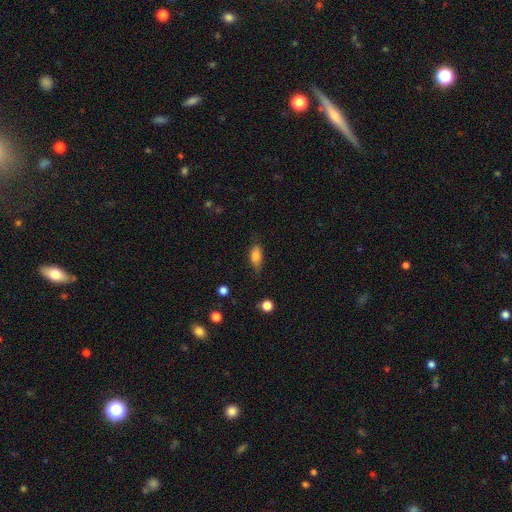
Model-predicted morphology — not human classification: This appears to be a smooth galaxy with no disk features (76%) that is in between round and cigar-shaped (80%). Merging: none (73%).